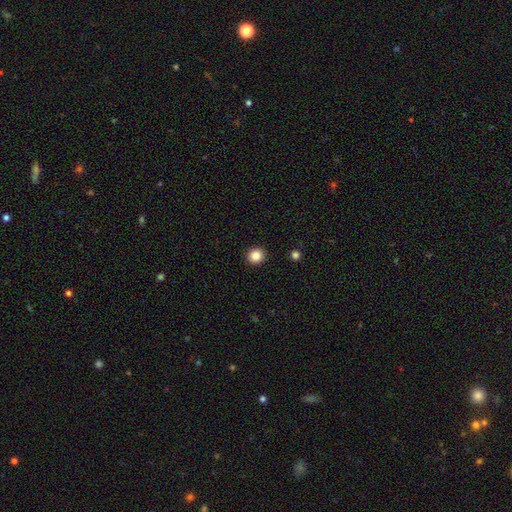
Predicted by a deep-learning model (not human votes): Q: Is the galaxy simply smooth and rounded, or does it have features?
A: smooth — 85%.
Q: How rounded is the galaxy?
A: round — 88%.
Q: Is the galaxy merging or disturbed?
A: none — 92%.